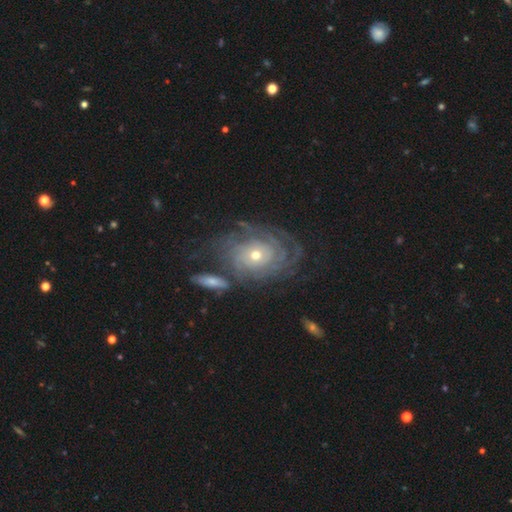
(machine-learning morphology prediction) This is clearly a featured or disk galaxy (86%). It is clearly not viewed edge-on (96%). Bar: likely no (80%). Spiral arm pattern: clearly yes (94%). Spiral arm count: marginally can't tell (40%). Spiral winding: likely tight (80%). Central bulge: possibly small (49%). Merging: likely none (62%).